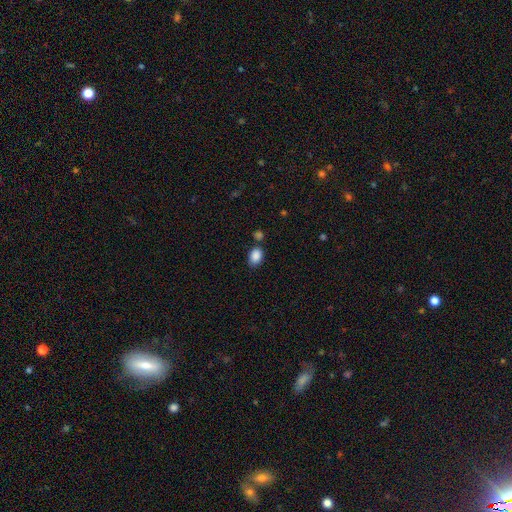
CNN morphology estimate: Smooth or featured? Predicted: smooth (p=0.88). How rounded? Predicted: in between (p=0.78). Merging? Predicted: none (p=0.73).